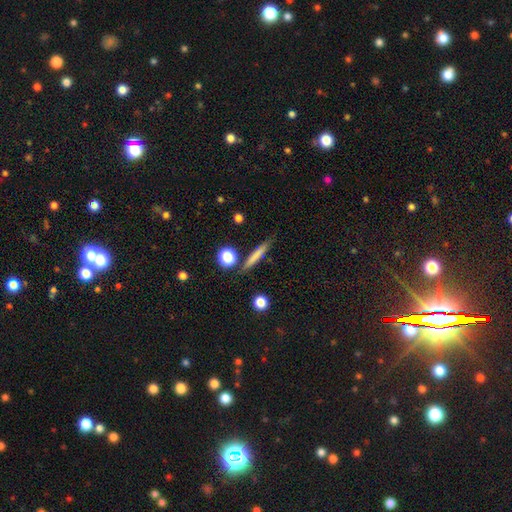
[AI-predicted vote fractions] Morphology: type=smooth (71%); roundness=cigar-shaped (91%); merging=none (83%).